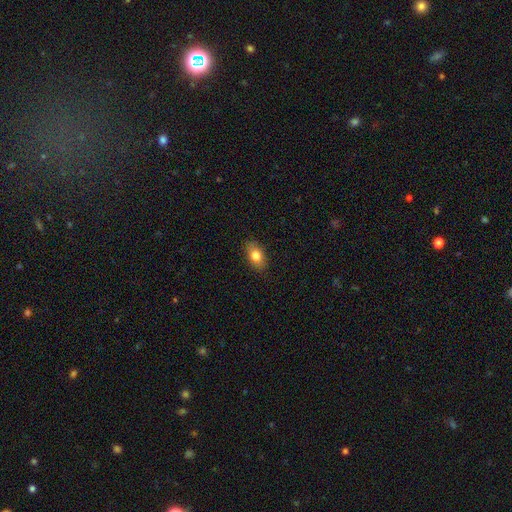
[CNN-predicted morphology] This is clearly a smooth galaxy (81%). How rounded: clearly in between (85%). Merging: clearly none (87%).